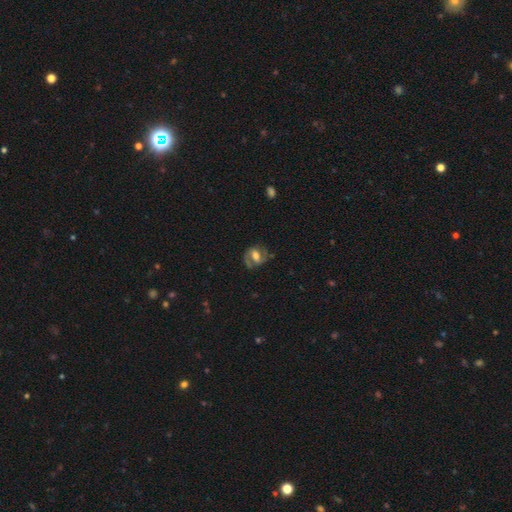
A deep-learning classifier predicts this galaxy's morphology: Overall: featured or disk (64%; smooth 28%). Edge-on disk: no (96%). Bar: weak (41%; strong 33%). Spiral arms: yes (80%). Bulge size: moderate (51%; large 27%). Merging: none (66%).